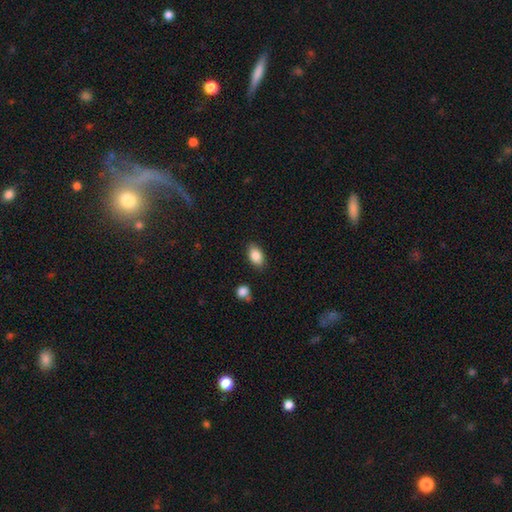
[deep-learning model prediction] Overall: smooth (86%). How rounded: in between (89%). Merging: none (85%).